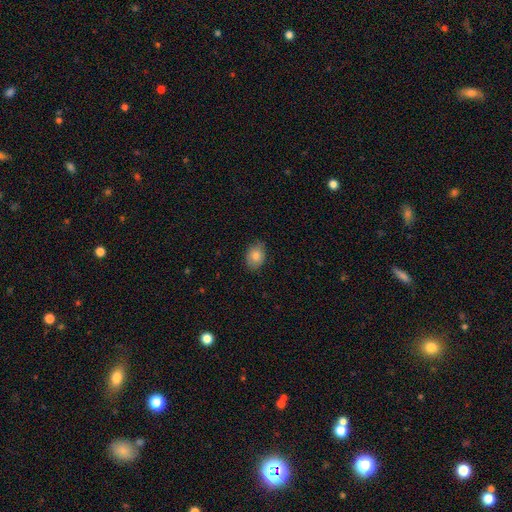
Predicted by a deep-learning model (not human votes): This is clearly a smooth galaxy (83%). How rounded: likely in between (67%). Merging: clearly none (83%).